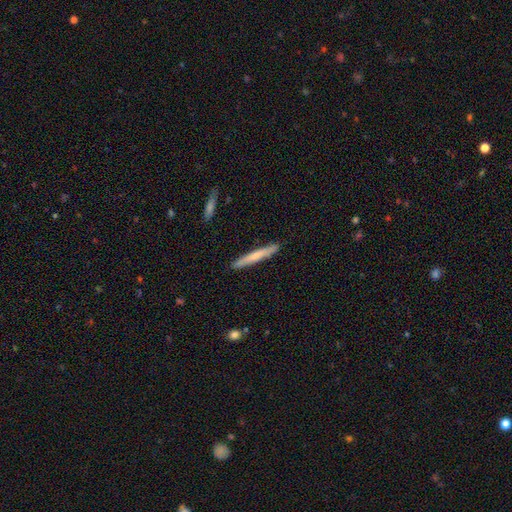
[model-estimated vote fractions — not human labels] A smooth galaxy with no disk features (63%) that is cigar-shaped (96%).

Vote fractions:
- Smooth or featured? smooth: 63% / featured or disk: 31% / star or artifact: 6%
- How rounded? cigar-shaped: 96% / in between: 3% / round: 1%
- Merging? none: 90% / minor disturbance: 7% / major disturbance: 1% / merger: 1%